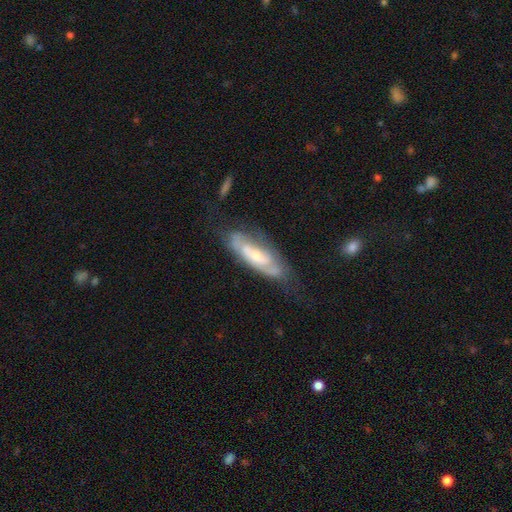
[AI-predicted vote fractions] Overall: featured or disk (70%). Edge-on disk: no (81%). Bar: no (59%; weak 31%). Spiral arms: yes (77%). Bulge size: small (47%; moderate 45%). Merging: none (56%; minor disturbance 26%).